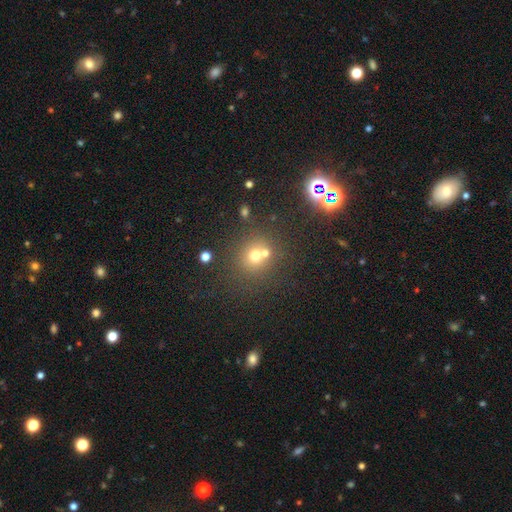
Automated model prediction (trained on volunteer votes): A smooth galaxy with no disk features (67%) that is round (86%). Merging: none (56%).